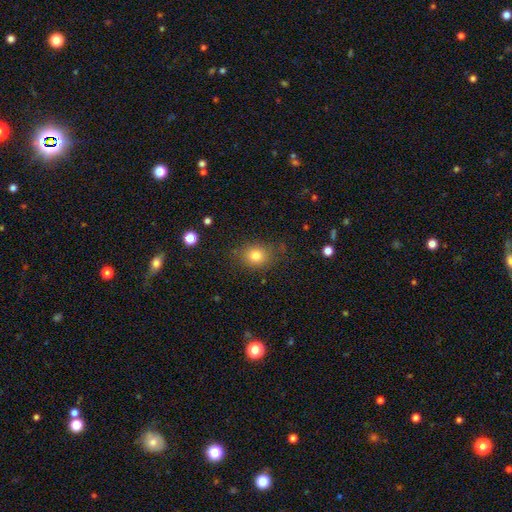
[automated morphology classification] A smooth galaxy with no disk features (80%) that is round (68%).

Vote fractions:
- Smooth or featured? smooth: 80% / star or artifact: 12% / featured or disk: 8%
- How rounded? round: 68% / in between: 31% / cigar-shaped: 1%
- Merging? none: 80% / minor disturbance: 13% / major disturbance: 5% / merger: 2%